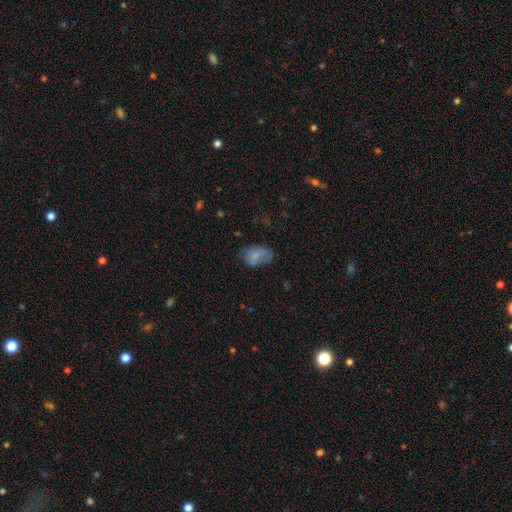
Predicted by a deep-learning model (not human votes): Smooth or featured: smooth — 75% (featured or disk — 15%)
How rounded: in between — 83% (round — 15%)
Merging: none — 54% (minor disturbance — 30%)